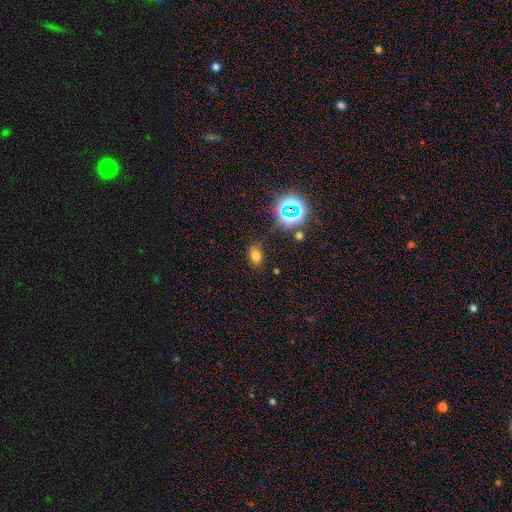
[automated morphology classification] This appears to be a smooth galaxy with no disk features (69%) that is in between round and cigar-shaped (73%). Merging: none (82%).